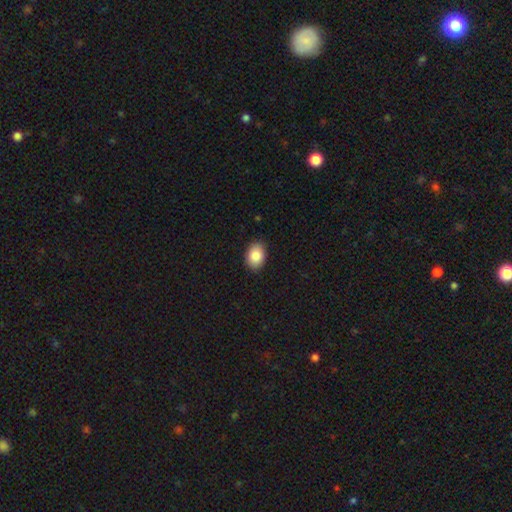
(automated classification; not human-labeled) Smooth or featured?
  - smooth: 86% *
  - star or artifact: 7%
  - featured or disk: 6%
How rounded?
  - in between: 80% *
  - round: 19%
  - cigar-shaped: 1%
Merging?
  - none: 88% *
  - minor disturbance: 9%
  - major disturbance: 2%
  - merger: 1%